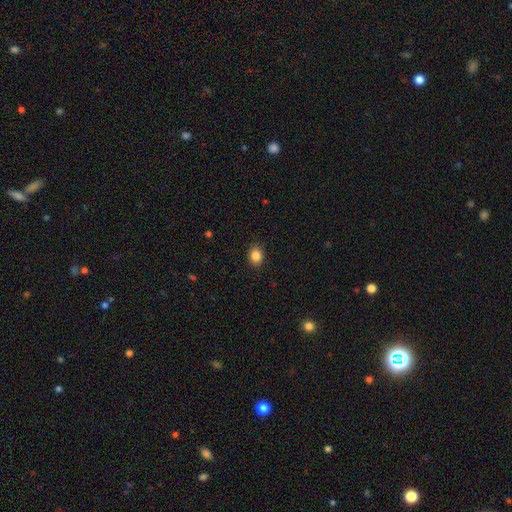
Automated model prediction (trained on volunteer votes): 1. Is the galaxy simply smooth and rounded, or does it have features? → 86% smooth, 10% star or artifact, 4% featured or disk.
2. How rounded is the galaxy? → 59% round, 40% in between, 1% cigar-shaped.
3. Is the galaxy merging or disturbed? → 89% none, 8% minor disturbance, 2% major disturbance, 1% merger.